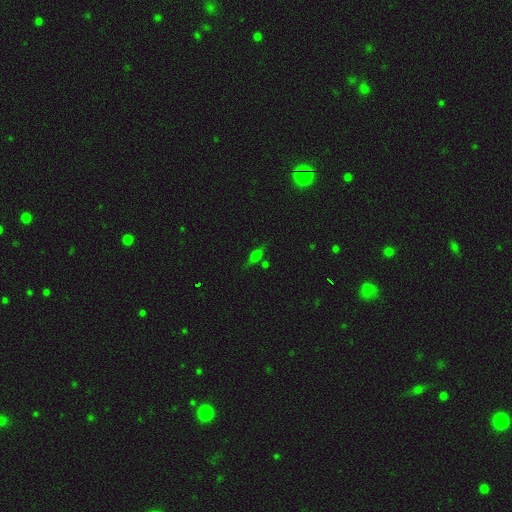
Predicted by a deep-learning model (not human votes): A featured or disk galaxy (41%).

Vote fractions:
- Smooth or featured? featured or disk: 41% / smooth: 39% / star or artifact: 19%
- Merging? none: 75% / minor disturbance: 15% / merger: 5% / major disturbance: 5%